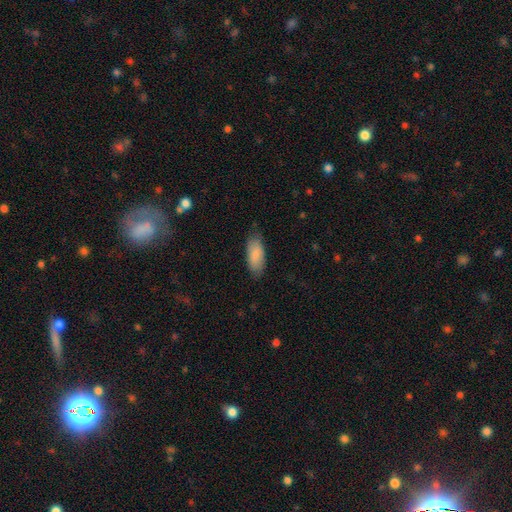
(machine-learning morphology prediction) Smooth or featured? smooth (87%)
How rounded? in between (83%)
Merging? none (79%)